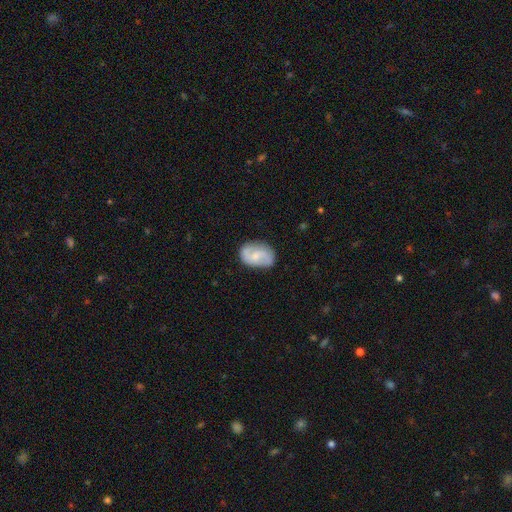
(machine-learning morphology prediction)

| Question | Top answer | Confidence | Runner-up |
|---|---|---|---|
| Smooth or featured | featured or disk | 52% | smooth (41%) |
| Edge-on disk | no | 97% | yes (3%) |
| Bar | no | 53% | weak (39%) |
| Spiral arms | yes | 80% | no (20%) |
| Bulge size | small | 47% | moderate (37%) |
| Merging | none | 69% | minor disturbance (23%) |